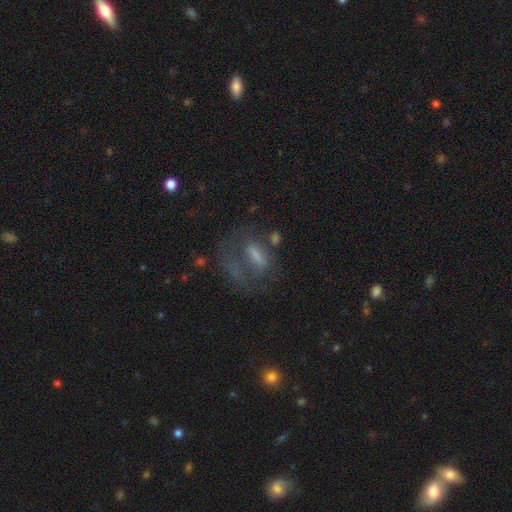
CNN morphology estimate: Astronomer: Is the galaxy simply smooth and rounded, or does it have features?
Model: featured or disk — 45% (runner-up: smooth, 39%).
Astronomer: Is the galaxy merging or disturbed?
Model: none — 39% (runner-up: major disturbance, 36%).